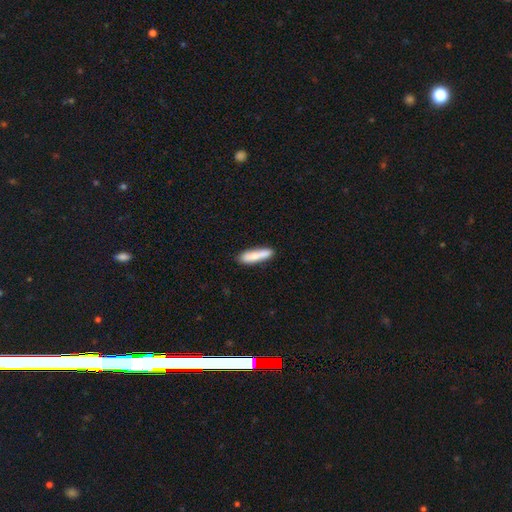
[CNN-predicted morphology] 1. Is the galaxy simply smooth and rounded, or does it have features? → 76% smooth, 18% featured or disk, 6% star or artifact.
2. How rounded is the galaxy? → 75% cigar-shaped, 23% in between, 2% round.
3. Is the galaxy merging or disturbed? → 77% none, 15% minor disturbance, 6% merger, 3% major disturbance.